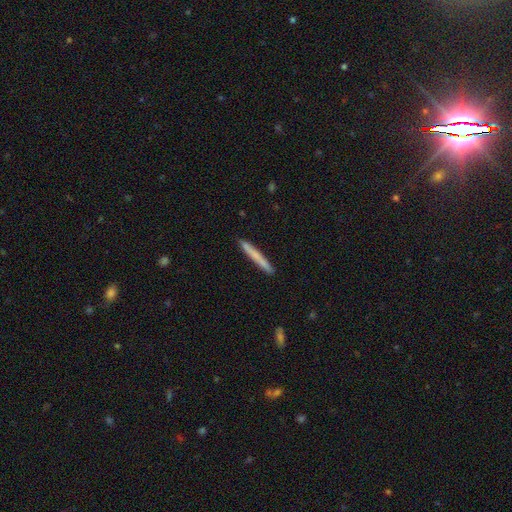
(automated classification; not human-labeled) smooth_or_featured: smooth (p=0.70) [alt: featured or disk p=0.24]
how_rounded: cigar-shaped (p=0.97) [alt: in between p=0.02]
merging: none (p=0.91) [alt: minor disturbance p=0.06]